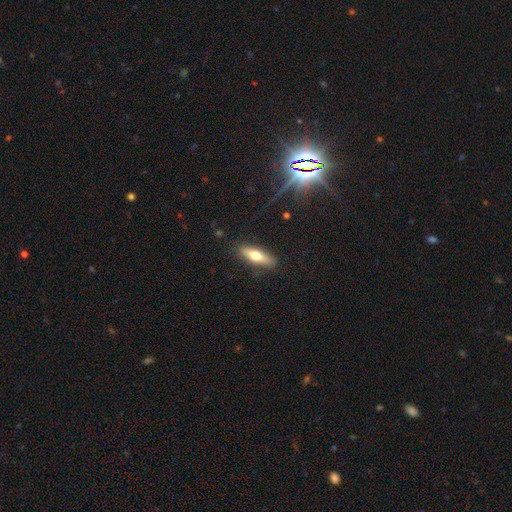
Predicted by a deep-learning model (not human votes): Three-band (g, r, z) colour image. It shows a smooth galaxy with no disk features (59%) that is cigar-shaped (56%). Merging: none (86%).